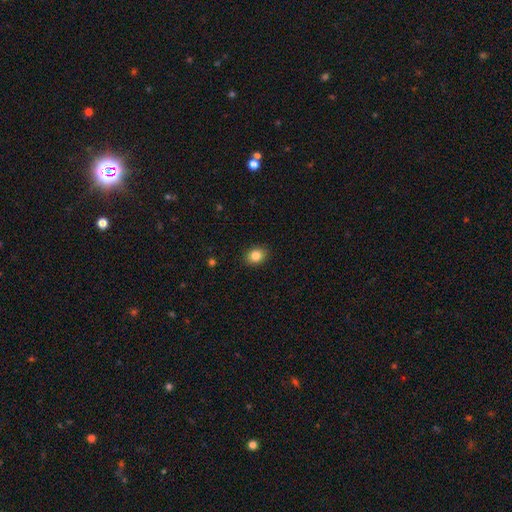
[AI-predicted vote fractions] smooth-or-featured: smooth: 85% | star or artifact: 10% | featured or disk: 6%
  how-rounded: in between: 50% | round: 49% | cigar-shaped: 1%
  merging: none: 89% | minor disturbance: 8% | major disturbance: 2% | merger: 1%